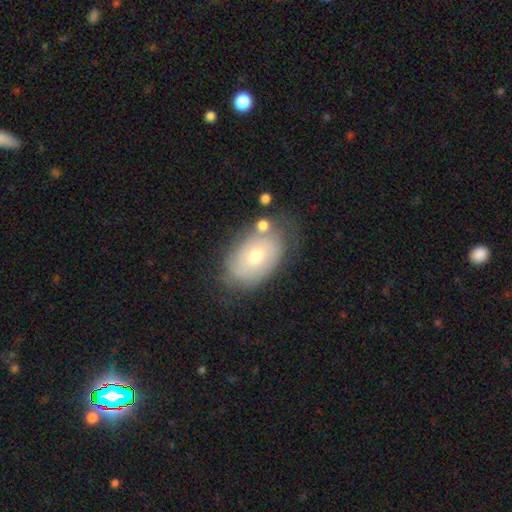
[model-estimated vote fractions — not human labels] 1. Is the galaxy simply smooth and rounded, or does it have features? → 53% featured or disk, 40% smooth, 7% star or artifact.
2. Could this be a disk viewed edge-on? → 94% no, 6% yes.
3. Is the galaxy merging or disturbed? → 62% none, 23% minor disturbance, 9% major disturbance, 7% merger.